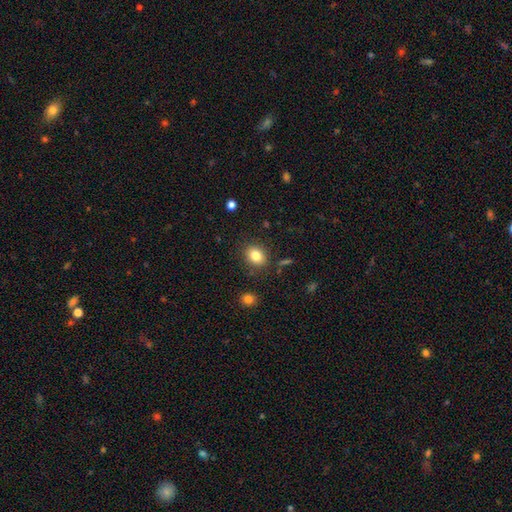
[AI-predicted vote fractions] Overall: smooth (83%). How rounded: in between (50%; round 49%). Merging: none (85%).